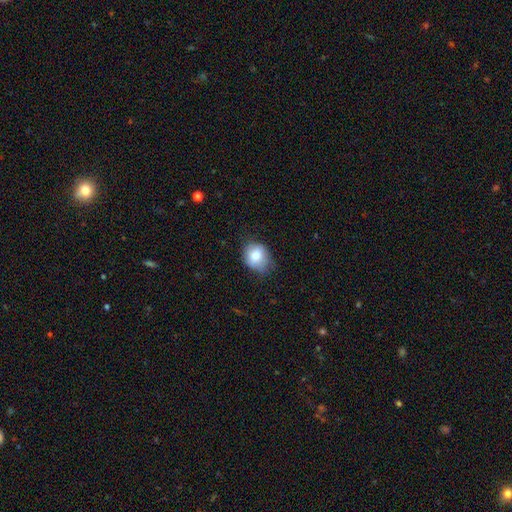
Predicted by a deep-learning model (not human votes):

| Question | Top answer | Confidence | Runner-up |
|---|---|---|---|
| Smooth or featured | smooth | 80% | featured or disk (11%) |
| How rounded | round | 58% | in between (42%) |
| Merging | none | 62% | minor disturbance (30%) |